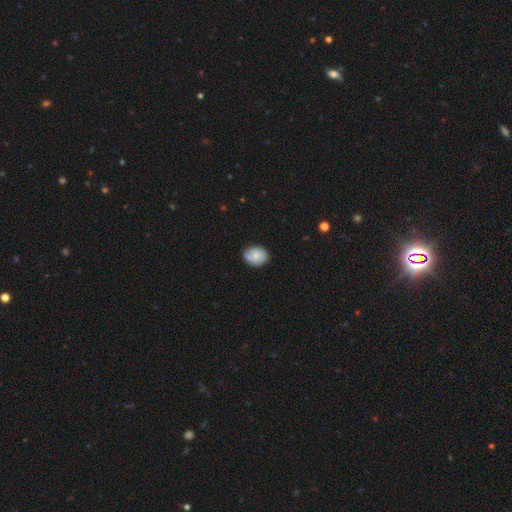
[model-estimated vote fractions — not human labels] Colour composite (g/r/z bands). It shows a smooth galaxy with no disk features (76%) that is round (51%). Merging: none (78%).